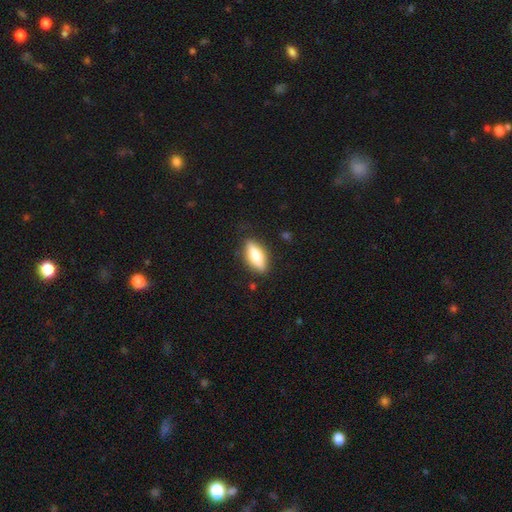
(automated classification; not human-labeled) Smooth or featured?
  - smooth: 65% *
  - featured or disk: 29%
  - star or artifact: 6%
How rounded?
  - in between: 67% *
  - cigar-shaped: 31%
  - round: 3%
Merging?
  - none: 84% *
  - minor disturbance: 12%
  - major disturbance: 3%
  - merger: 1%